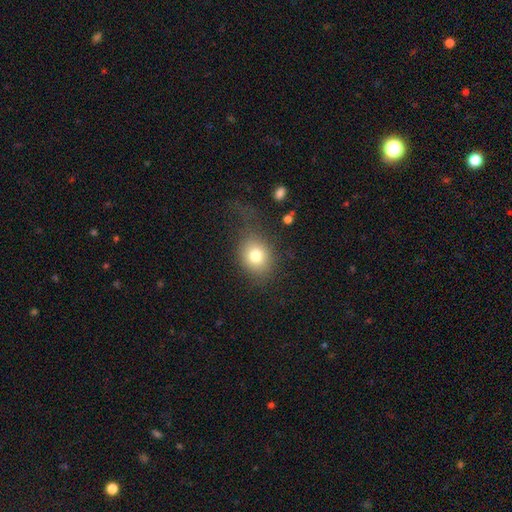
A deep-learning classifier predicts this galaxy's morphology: smooth_or_featured: smooth (p=0.77) [alt: featured or disk p=0.12]
how_rounded: round (p=0.55) [alt: in between p=0.44]
merging: none (p=0.55) [alt: major disturbance p=0.21]